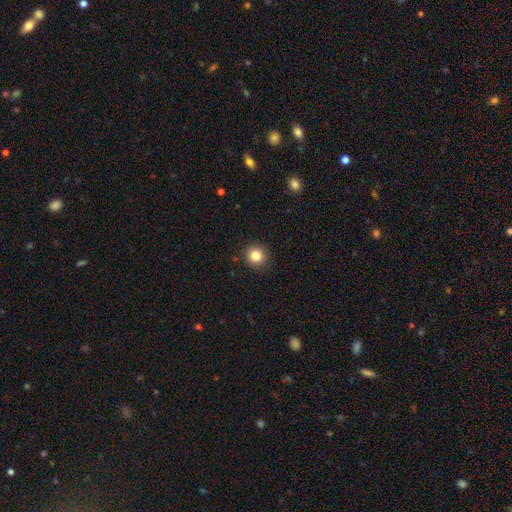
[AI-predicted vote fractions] Smooth or featured? Predicted: smooth (p=0.83). How rounded? Predicted: round (p=0.87). Merging? Predicted: none (p=0.90).